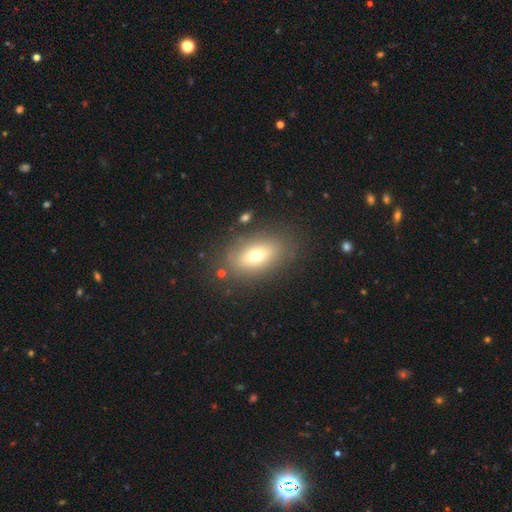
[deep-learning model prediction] Overall: smooth (68%). How rounded: in between (82%). Merging: none (81%).